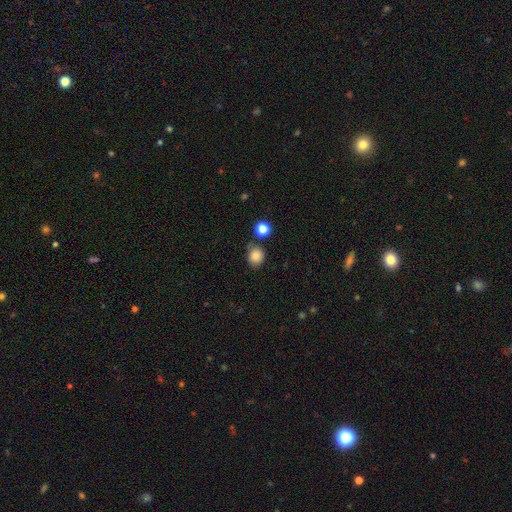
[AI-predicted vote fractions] smooth 84%, star or artifact 11%, featured or disk 5%. Down the decision tree: how rounded — round (77%); merging — none (69%).